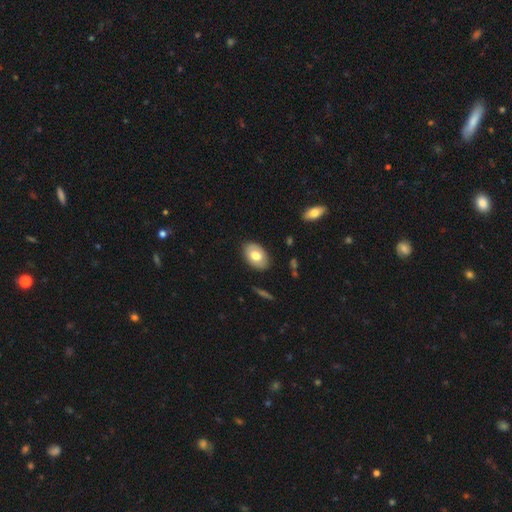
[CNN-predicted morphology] smooth_or_featured: smooth (p=0.70) [alt: featured or disk p=0.24]
how_rounded: in between (p=0.87) [alt: round p=0.12]
merging: none (p=0.86) [alt: minor disturbance p=0.11]